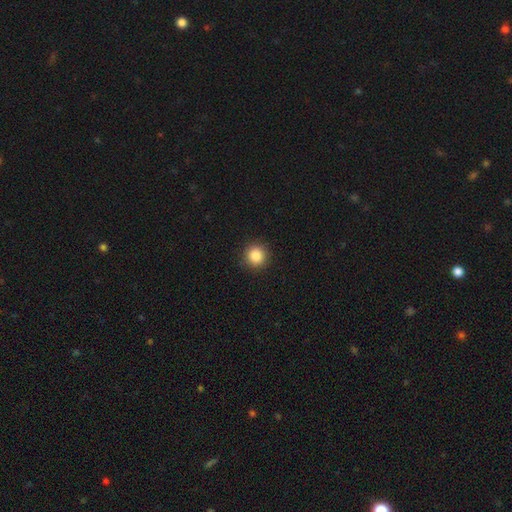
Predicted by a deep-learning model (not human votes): Smooth or featured? Predicted: smooth (p=0.86). How rounded? Predicted: round (p=0.94). Merging? Predicted: none (p=0.92).